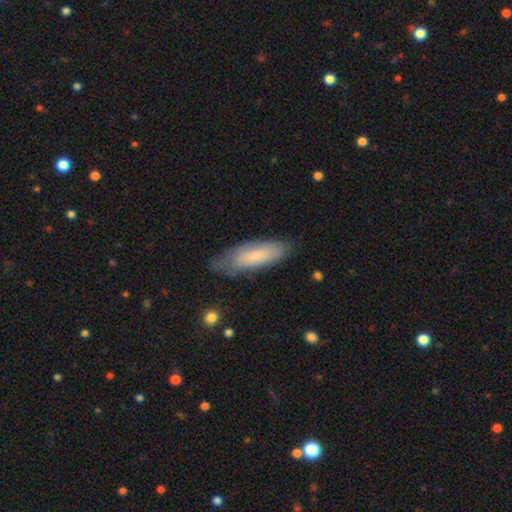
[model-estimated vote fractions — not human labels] Smooth or featured? Predicted: smooth (p=0.70). How rounded? Predicted: in between (p=0.55). Merging? Predicted: none (p=0.66).